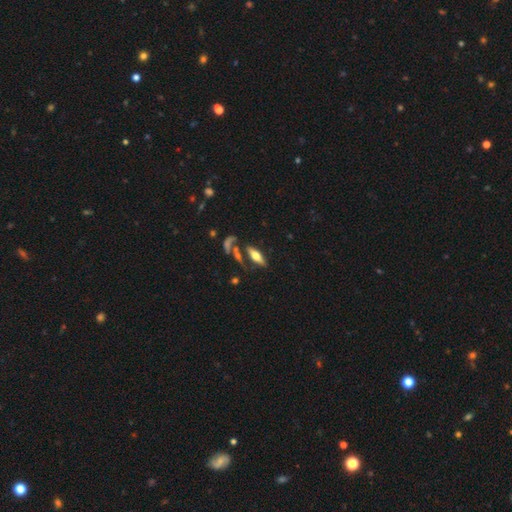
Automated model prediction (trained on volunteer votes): Smooth or featured: smooth — 51% (featured or disk — 41%)
How rounded: in between — 54% (cigar-shaped — 43%)
Merging: none — 66% (minor disturbance — 14%)